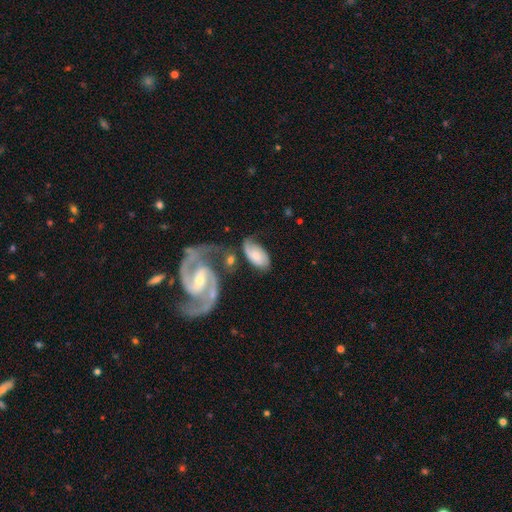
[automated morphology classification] smooth-or-featured: featured or disk: 53% | smooth: 40% | star or artifact: 7%
  disk-edge-on: no: 94% | yes: 6%
  merging: none: 41% | minor disturbance: 23% | merger: 22% | major disturbance: 14%